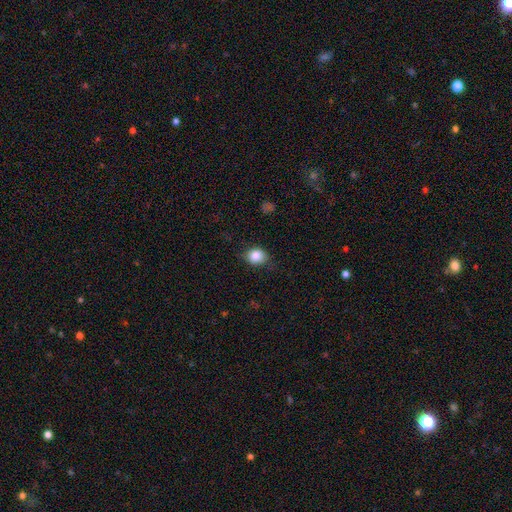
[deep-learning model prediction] Overall: smooth (84%). How rounded: round (58%; in between 41%). Merging: none (75%).